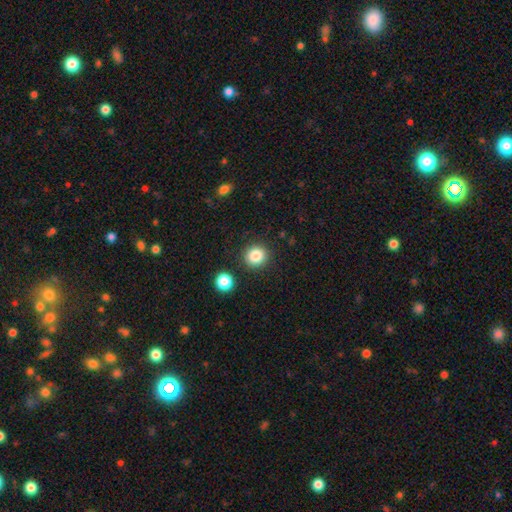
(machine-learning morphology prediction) Smooth or featured? smooth (84%)
How rounded? round (91%)
Merging? none (88%)